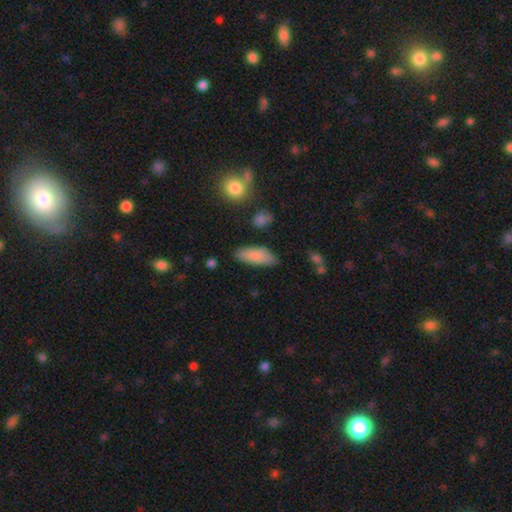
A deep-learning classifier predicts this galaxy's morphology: Smooth or featured?
  - smooth: 85% *
  - featured or disk: 9%
  - star or artifact: 7%
How rounded?
  - in between: 74% *
  - cigar-shaped: 23%
  - round: 2%
Merging?
  - none: 80% *
  - minor disturbance: 14%
  - major disturbance: 3%
  - merger: 3%